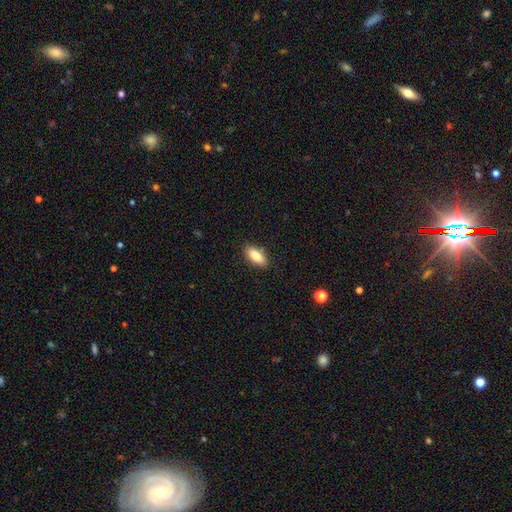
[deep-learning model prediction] Smooth or featured? Predicted: smooth (p=0.84). How rounded? Predicted: in between (p=0.81). Merging? Predicted: none (p=0.86).